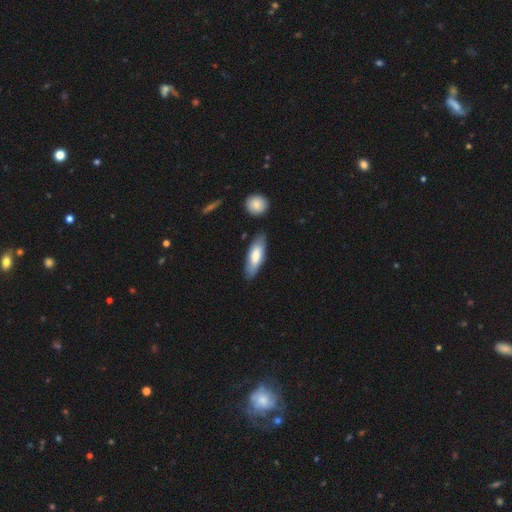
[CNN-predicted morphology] A smooth galaxy with no disk features (72%) that is in between round and cigar-shaped (57%). Merging: none (80%).